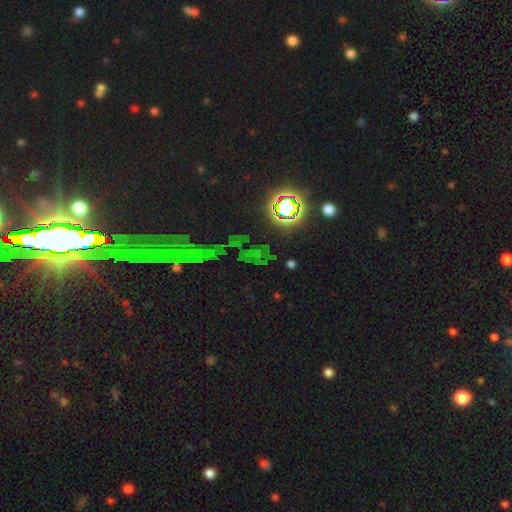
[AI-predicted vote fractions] Morphology: type=star or artifact (75%).